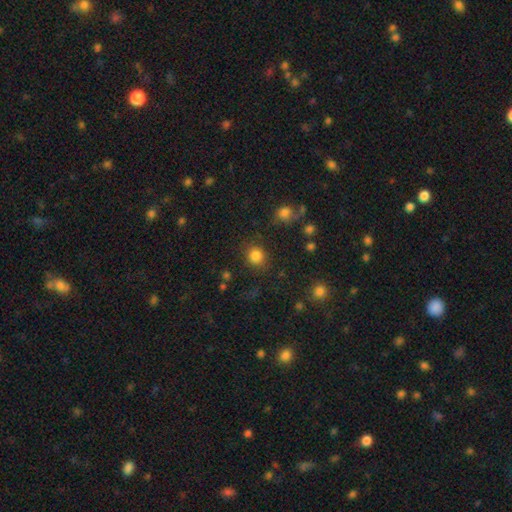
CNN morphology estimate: Q: Smooth or featured?
A: smooth (83%); runner-up: star or artifact (12%)
Q: How rounded?
A: round (84%); runner-up: in between (15%)
Q: Merging?
A: none (82%); runner-up: minor disturbance (10%)